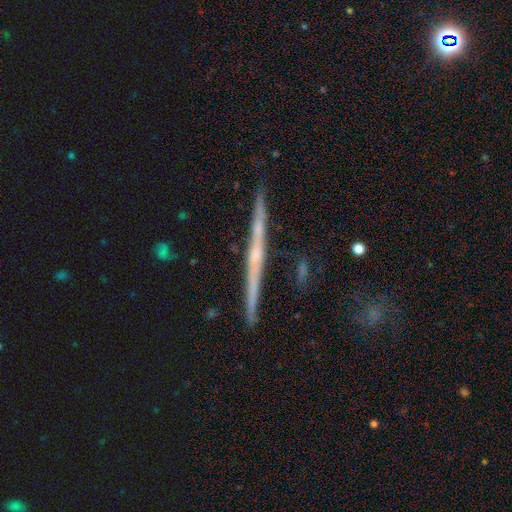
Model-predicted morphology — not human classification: Smooth or featured: featured or disk — 74% (smooth — 19%)
Edge-on disk: yes — 98% (no — 2%)
Edge-on bulge: none — 53% (rounded — 41%)
Merging: none — 90% (minor disturbance — 7%)